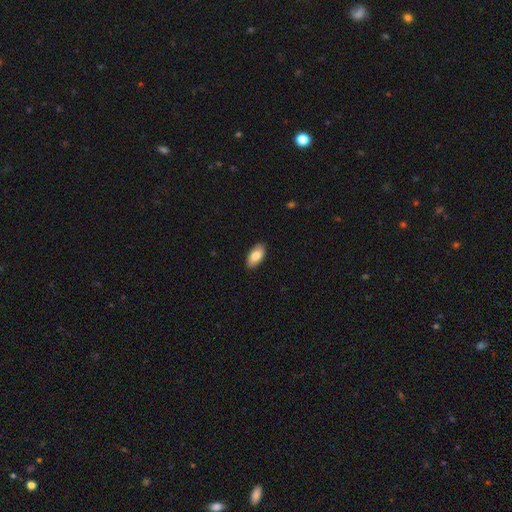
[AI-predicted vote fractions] The model was most divided on "smooth or featured": smooth: 83%, featured or disk: 10%, star or artifact: 6%. More confident: how rounded — in between (93%); merging — none (89%).